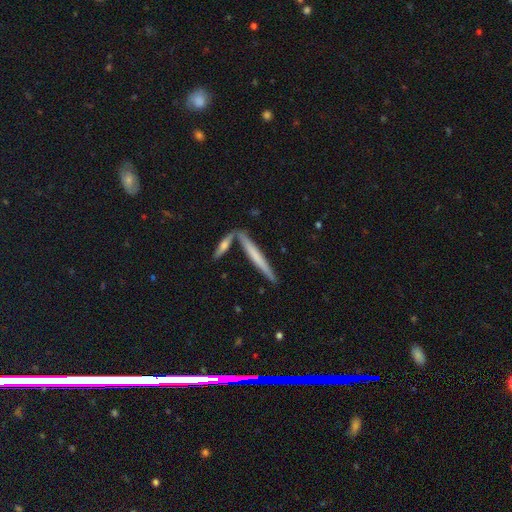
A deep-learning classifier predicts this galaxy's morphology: smooth-or-featured: smooth: 52% | featured or disk: 43% | star or artifact: 6%
  how-rounded: cigar-shaped: 95% | in between: 3% | round: 1%
  merging: none: 76% | merger: 13% | minor disturbance: 9% | major disturbance: 3%